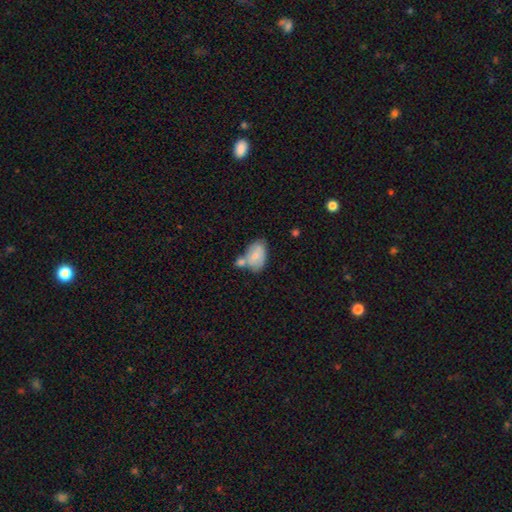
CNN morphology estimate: smooth 71%, featured or disk 22%, star or artifact 7%. Down the decision tree: how rounded — in between (89%); merging — merger (42%).